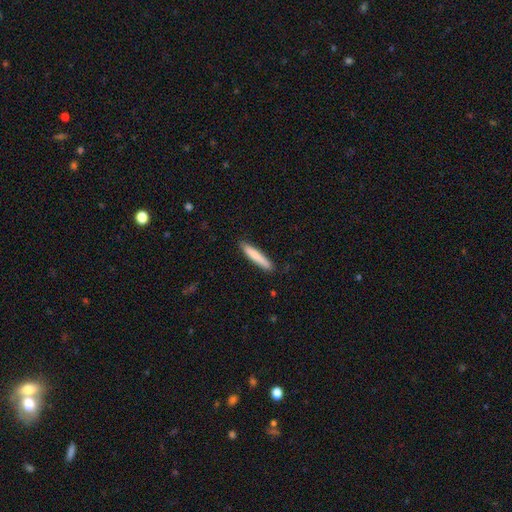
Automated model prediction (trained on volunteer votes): Overall: smooth (81%). How rounded: cigar-shaped (91%). Merging: none (86%).